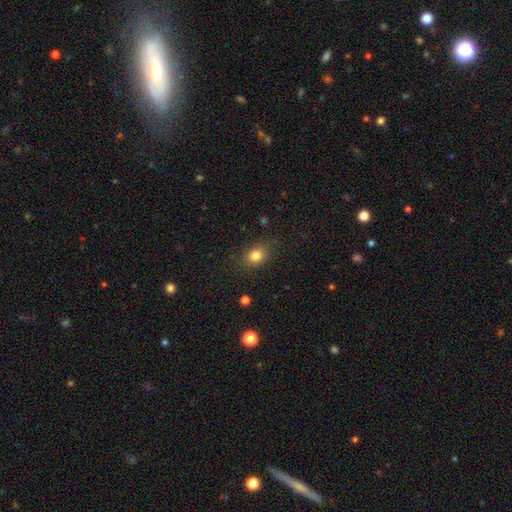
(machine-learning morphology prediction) Overall: smooth (82%). How rounded: round (50%; in between 49%). Merging: none (84%).